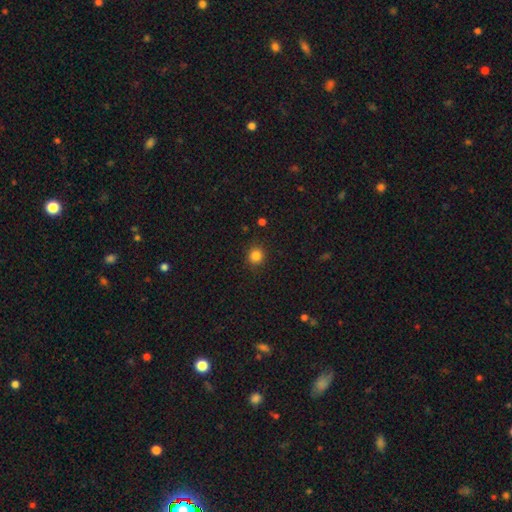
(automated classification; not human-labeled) Morphology: type=smooth (84%); roundness=round (91%); merging=none (90%).